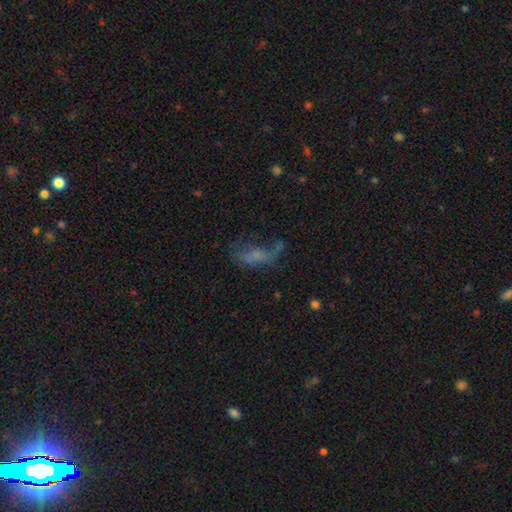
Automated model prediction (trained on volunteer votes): smooth_or_featured: smooth (p=0.47) [alt: featured or disk p=0.36]
merging: major disturbance (p=0.39) [alt: none p=0.31]